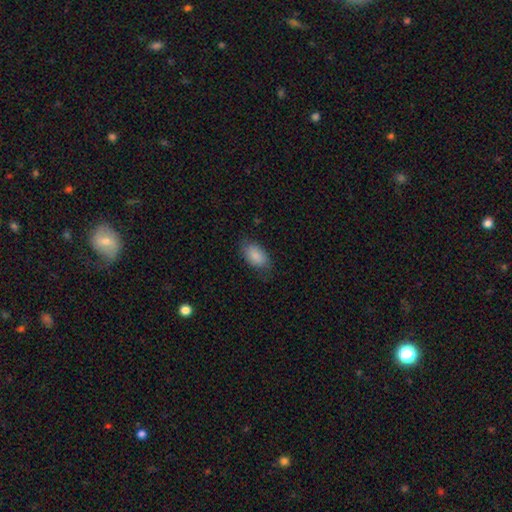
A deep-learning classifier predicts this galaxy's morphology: Overall: smooth (88%). How rounded: in between (92%). Merging: none (75%).